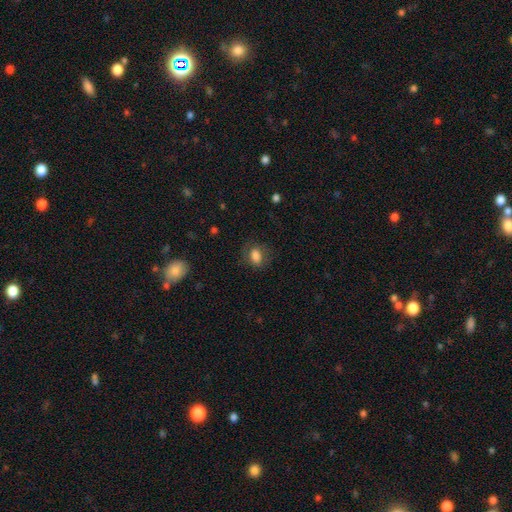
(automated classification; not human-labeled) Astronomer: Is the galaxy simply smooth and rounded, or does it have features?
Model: smooth — 80%.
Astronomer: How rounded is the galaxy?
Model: in between — 74%.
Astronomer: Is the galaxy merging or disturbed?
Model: none — 72%.